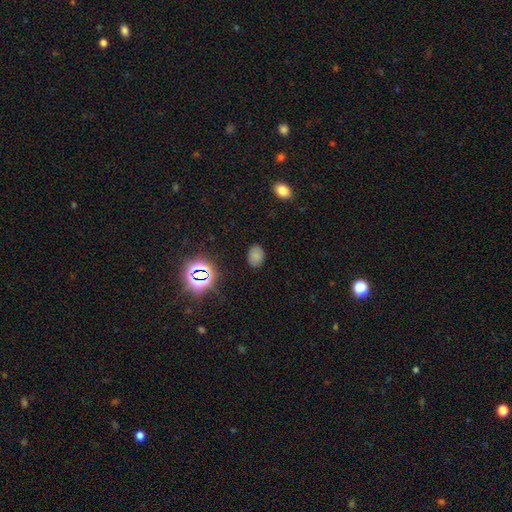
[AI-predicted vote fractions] Smooth or featured?
  - smooth: 73% *
  - star or artifact: 20%
  - featured or disk: 7%
How rounded?
  - in between: 76% *
  - round: 23%
  - cigar-shaped: 1%
Merging?
  - none: 83% *
  - minor disturbance: 12%
  - major disturbance: 3%
  - merger: 1%